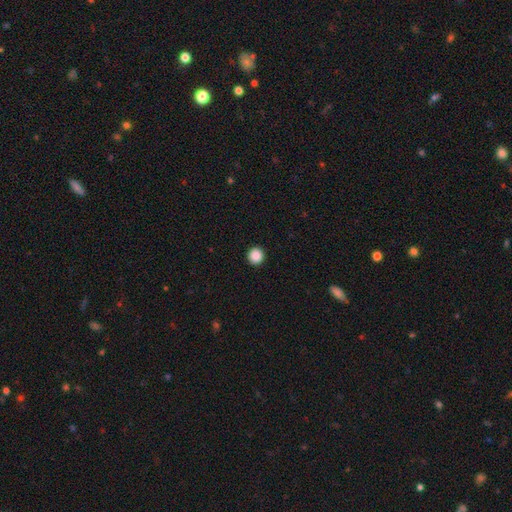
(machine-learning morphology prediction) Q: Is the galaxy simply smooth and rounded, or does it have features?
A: smooth — 89%.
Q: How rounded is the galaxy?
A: round — 95%.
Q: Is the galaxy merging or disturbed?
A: none — 94%.